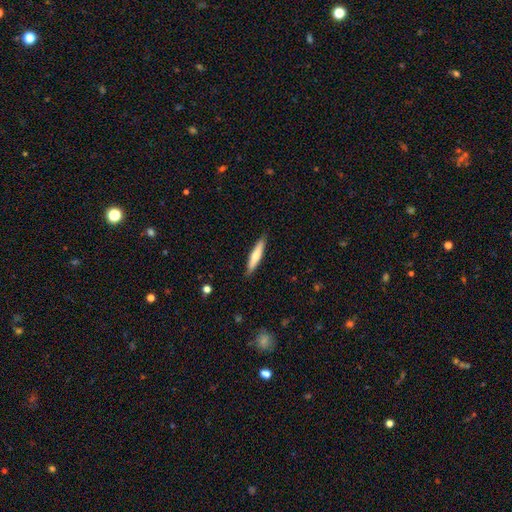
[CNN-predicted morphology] This appears to be a smooth galaxy with no disk features (66%) that is cigar-shaped (90%). Merging: none (89%).